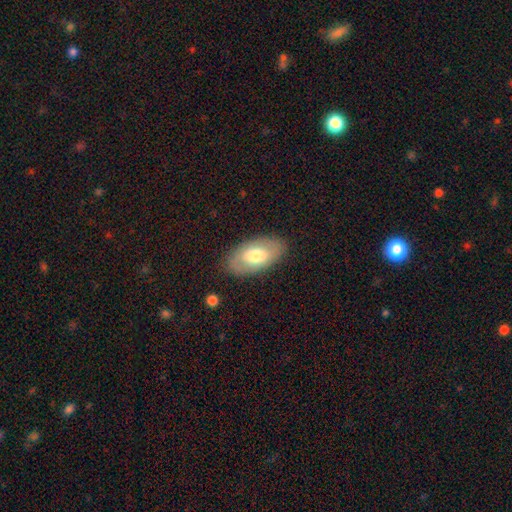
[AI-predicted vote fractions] Smooth or featured? smooth (63%)
How rounded? in between (94%)
Merging? none (83%)